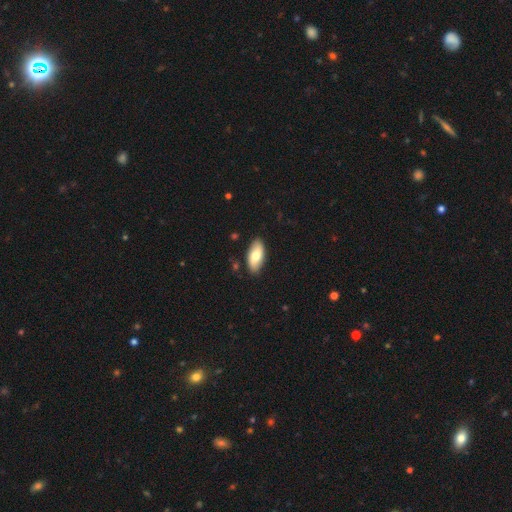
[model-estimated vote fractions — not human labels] This is likely a smooth galaxy (73%). How rounded: clearly in between (91%). Merging: clearly none (85%).